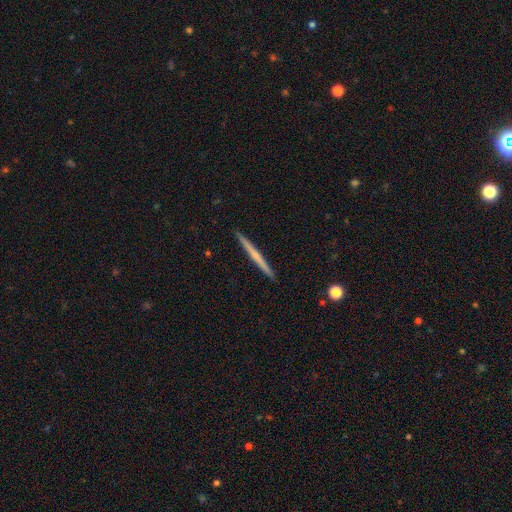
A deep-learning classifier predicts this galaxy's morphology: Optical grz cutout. It shows a featured or disk galaxy (53%) viewed edge-on (98%) with no central bulge (75%). Merging: none (93%).